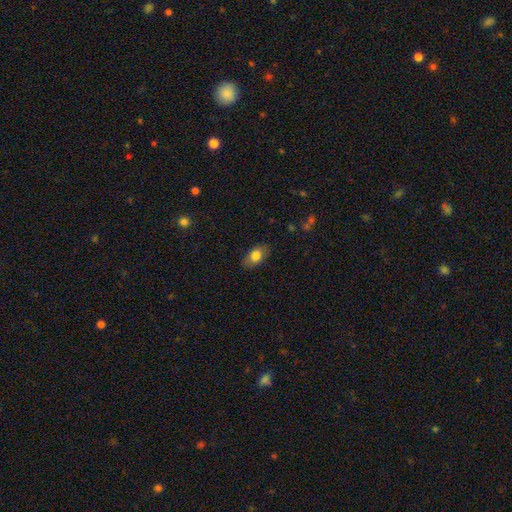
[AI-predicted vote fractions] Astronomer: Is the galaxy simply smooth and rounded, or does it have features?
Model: smooth — 79%.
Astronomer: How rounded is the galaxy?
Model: in between — 88%.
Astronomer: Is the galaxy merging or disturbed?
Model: none — 83%.